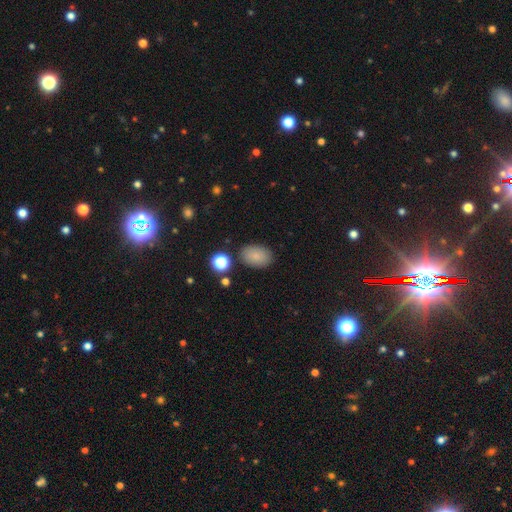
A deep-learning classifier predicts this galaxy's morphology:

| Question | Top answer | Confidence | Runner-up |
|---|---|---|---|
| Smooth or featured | smooth | 83% | star or artifact (10%) |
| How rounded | in between | 85% | round (14%) |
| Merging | none | 84% | minor disturbance (10%) |